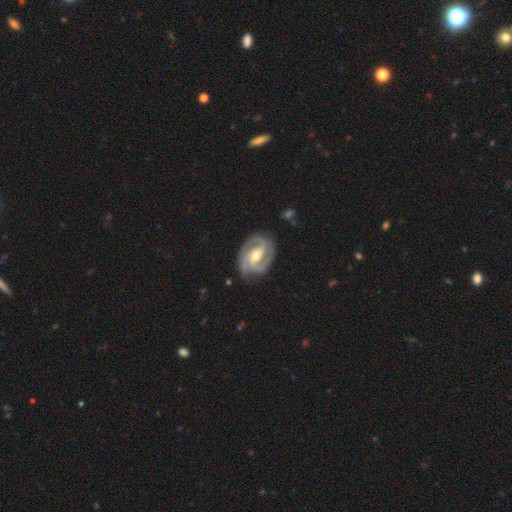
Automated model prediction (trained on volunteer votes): This appears to be a featured or disk galaxy (91%) with a weak bar (43%), 2 (70%) tight (46%) spiral arms (98%) and a moderate central bulge (65%). Merging: none (79%).